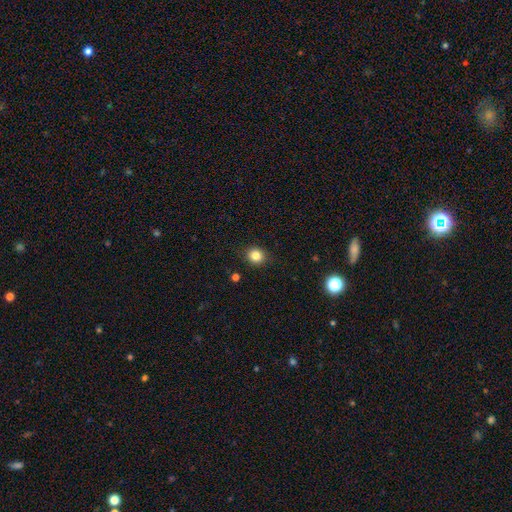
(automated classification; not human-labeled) Smooth or featured?
  - smooth: 83% *
  - star or artifact: 11%
  - featured or disk: 5%
How rounded?
  - round: 84% *
  - in between: 16%
  - cigar-shaped: 1%
Merging?
  - none: 90% *
  - minor disturbance: 7%
  - major disturbance: 2%
  - merger: 1%